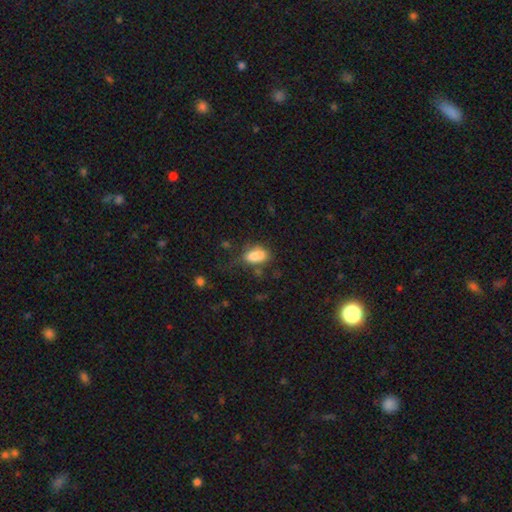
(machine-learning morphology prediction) type=smooth (81%); roundness=in between (88%); merging=none (50%).